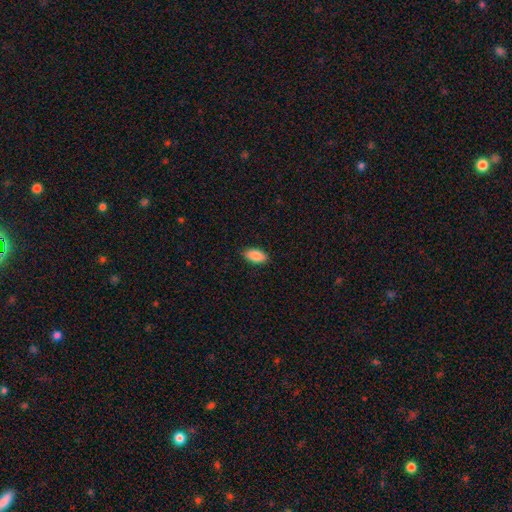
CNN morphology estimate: smooth_or_featured: smooth (p=0.88) [alt: star or artifact p=0.07]
how_rounded: in between (p=0.93) [alt: cigar-shaped p=0.03]
merging: none (p=0.88) [alt: minor disturbance p=0.09]